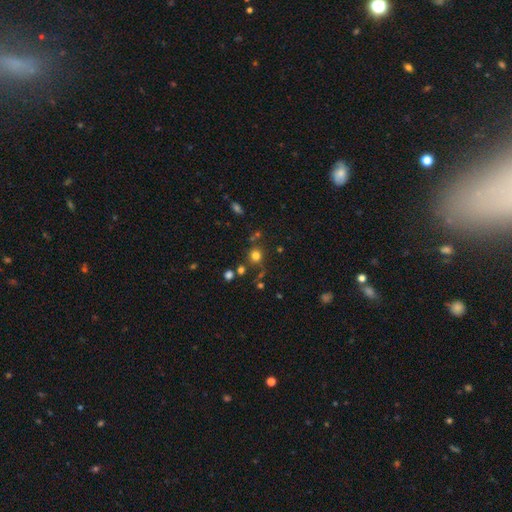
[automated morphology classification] This appears to be a smooth galaxy with no disk features (72%) that is round (90%). Merging: none (75%).